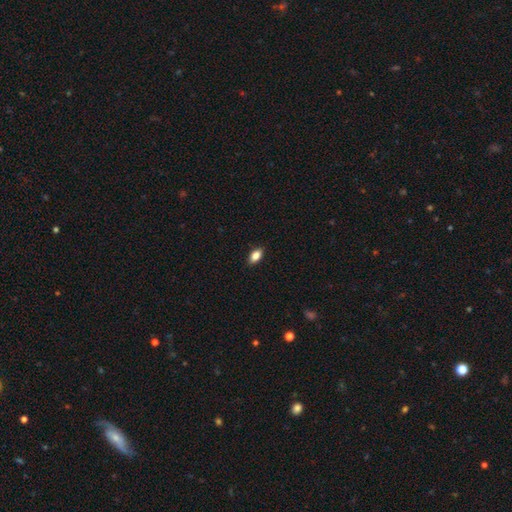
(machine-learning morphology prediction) This appears to be a smooth galaxy with no disk features (83%) that is in between round and cigar-shaped (88%). Merging: none (88%).